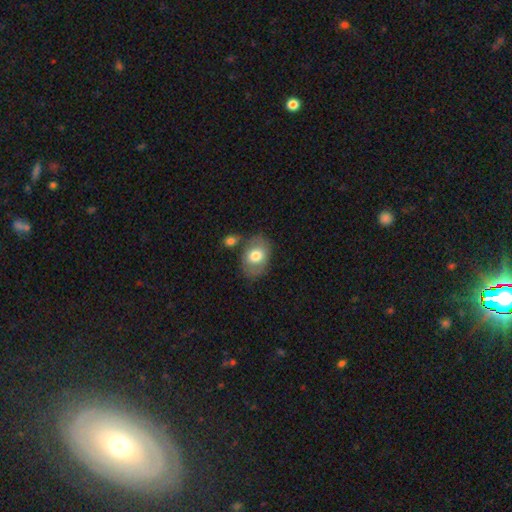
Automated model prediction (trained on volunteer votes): The model was most divided on "how rounded": in between: 72%, round: 27%, cigar-shaped: 1%. More confident: smooth or featured — smooth (71%); merging — none (64%).